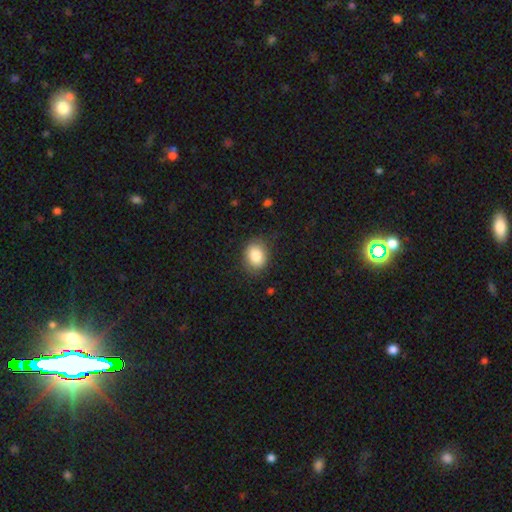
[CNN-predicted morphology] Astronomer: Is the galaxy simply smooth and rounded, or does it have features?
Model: smooth — 83%.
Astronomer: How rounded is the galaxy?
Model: in between — 55% (runner-up: round, 44%).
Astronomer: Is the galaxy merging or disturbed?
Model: none — 81%.